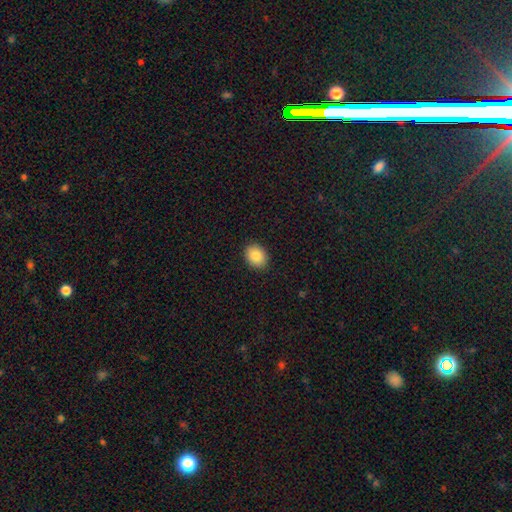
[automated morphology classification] The model was most divided on "how rounded": in between: 51%, round: 48%, cigar-shaped: 1%. More confident: merging — none (90%); smooth or featured — smooth (86%).